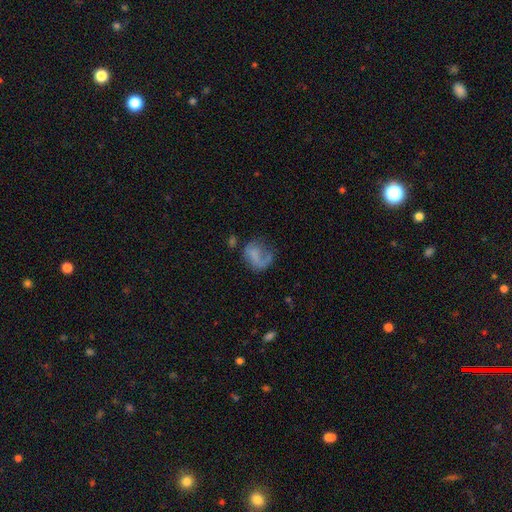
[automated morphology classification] A smooth galaxy with no disk features (47%). Merging: major disturbance (38%).